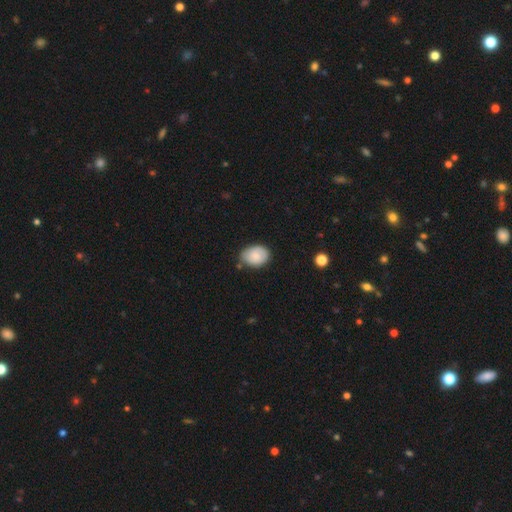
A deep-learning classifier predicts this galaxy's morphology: A smooth galaxy with no disk features (78%) that is in between round and cigar-shaped (75%). Merging: none (70%).